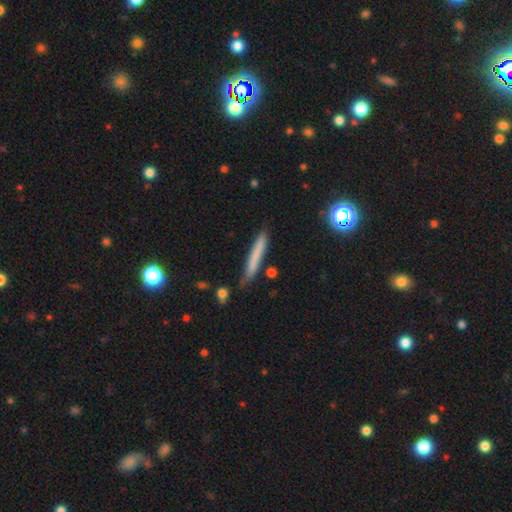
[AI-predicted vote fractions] Smooth or featured?
  - smooth: 68% *
  - featured or disk: 23%
  - star or artifact: 9%
How rounded?
  - cigar-shaped: 95% *
  - in between: 3%
  - round: 2%
Merging?
  - none: 78% *
  - minor disturbance: 15%
  - merger: 4%
  - major disturbance: 3%